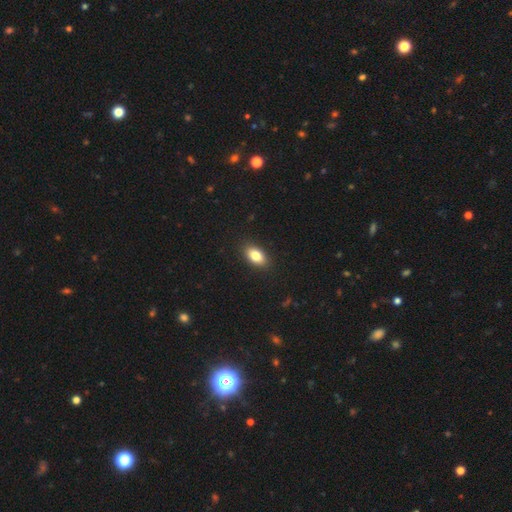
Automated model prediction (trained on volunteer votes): The model was most divided on "smooth or featured": smooth: 83%, featured or disk: 9%, star or artifact: 8%. More confident: how rounded — in between (90%); merging — none (89%).